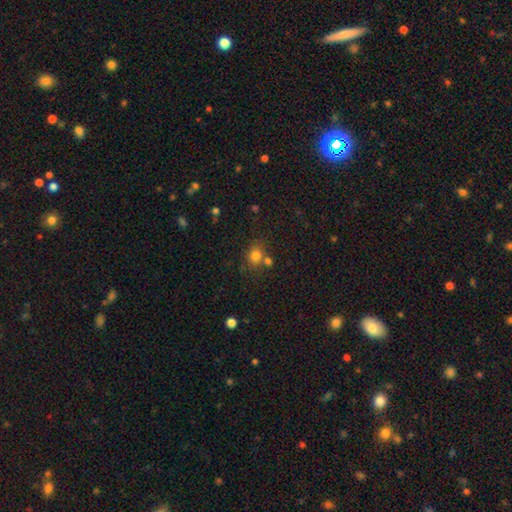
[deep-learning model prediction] Q: Smooth or featured?
A: smooth (79%); runner-up: star or artifact (13%)
Q: How rounded?
A: round (66%); runner-up: in between (33%)
Q: Merging?
A: none (63%); runner-up: merger (21%)